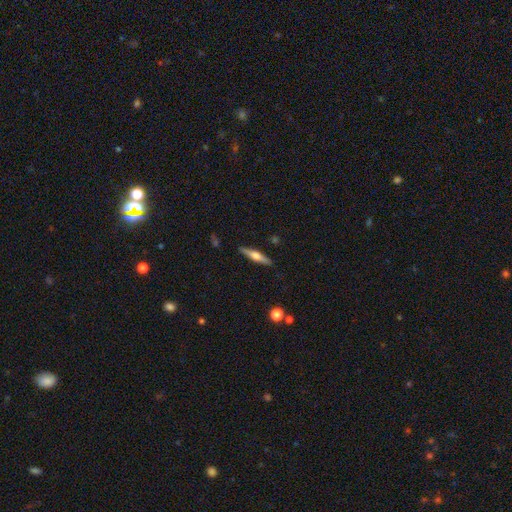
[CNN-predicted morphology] Smooth or featured?
  - featured or disk: 58% *
  - smooth: 36%
  - star or artifact: 6%
Edge-on disk?
  - yes: 96% *
  - no: 4%
Edge-on bulge?
  - rounded: 87% *
  - boxy: 8%
  - none: 5%
Merging?
  - none: 89% *
  - minor disturbance: 8%
  - major disturbance: 2%
  - merger: 1%